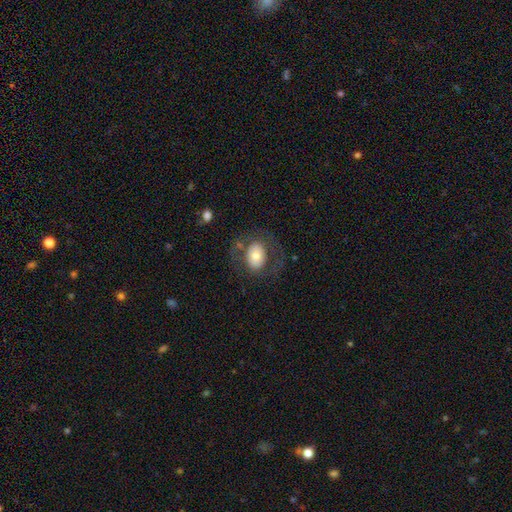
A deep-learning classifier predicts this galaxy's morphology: type=smooth (59%); roundness=in between (62%); merging=none (65%).